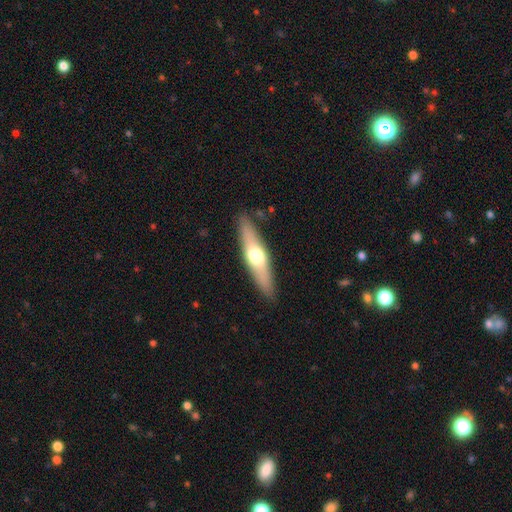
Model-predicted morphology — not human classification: The model was most divided on "smooth or featured": featured or disk: 48%, smooth: 47%, star or artifact: 5%. More confident: merging — none (88%).